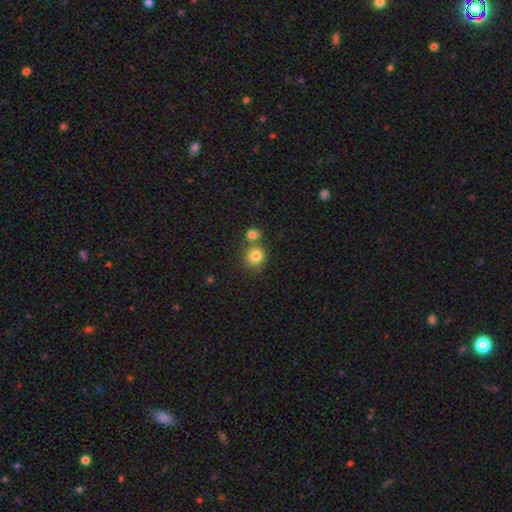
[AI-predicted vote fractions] Smooth or featured? Predicted: smooth (p=0.82). How rounded? Predicted: round (p=0.86). Merging? Predicted: none (p=0.60).